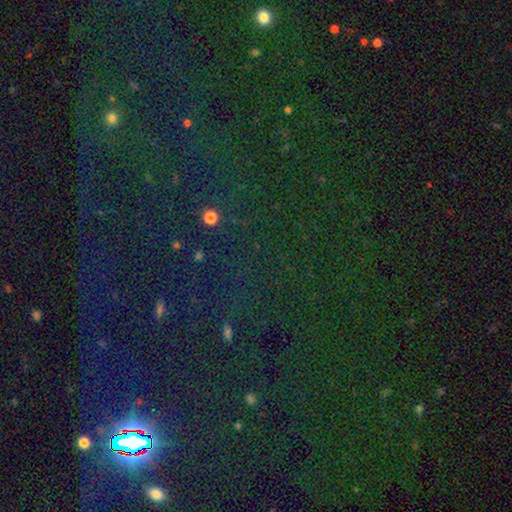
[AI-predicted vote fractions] star or artifact 81%, smooth 12%, featured or disk 7%.